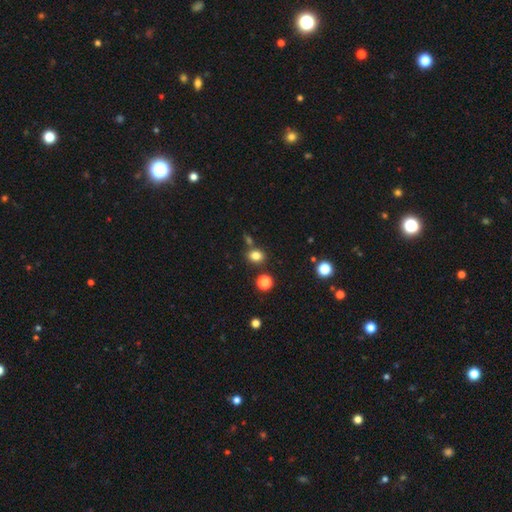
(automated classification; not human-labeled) smooth_or_featured: smooth (p=0.80) [alt: star or artifact p=0.14]
how_rounded: round (p=0.55) [alt: in between p=0.44]
merging: none (p=0.76) [alt: minor disturbance p=0.11]